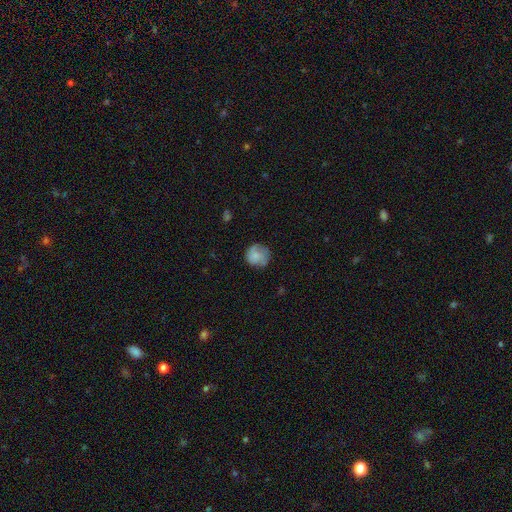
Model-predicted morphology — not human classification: A smooth galaxy with no disk features (72%) that is round (86%). Merging: none (66%).